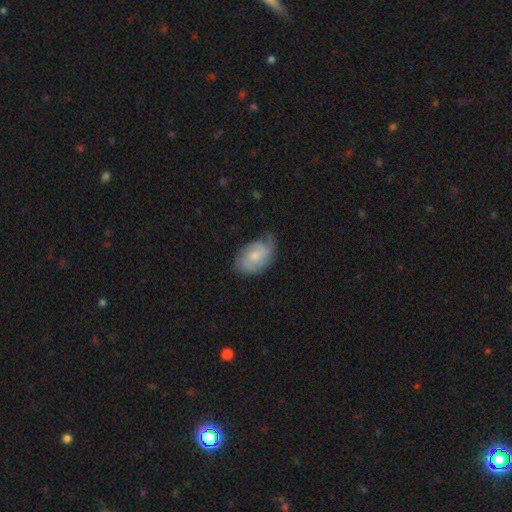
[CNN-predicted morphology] Smooth or featured?
  - featured or disk: 52% *
  - smooth: 42%
  - star or artifact: 6%
Edge-on disk?
  - no: 96% *
  - yes: 4%
Bar?
  - no: 63% *
  - weak: 33%
  - strong: 4%
Spiral arms?
  - yes: 87% *
  - no: 13%
Bulge size?
  - moderate: 45% *
  - small: 42%
  - none: 8%
  - large: 4%
  - dominant: 1%
Merging?
  - none: 58% *
  - minor disturbance: 32%
  - major disturbance: 9%
  - merger: 1%